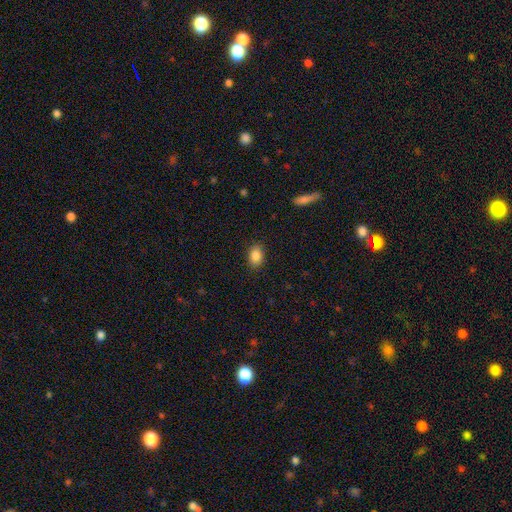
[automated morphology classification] The model was most divided on "how rounded": in between: 79%, round: 20%, cigar-shaped: 1%. More confident: merging — none (88%); smooth or featured — smooth (87%).